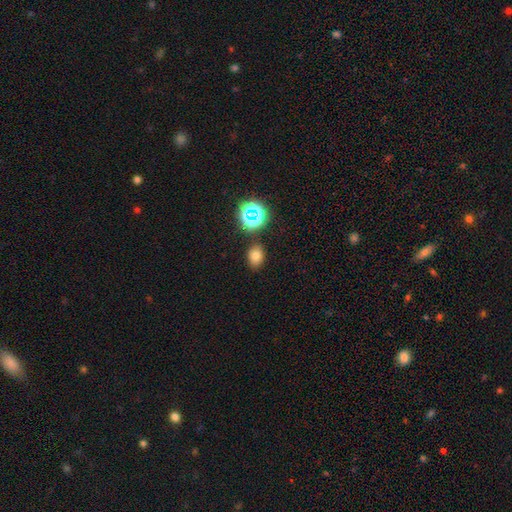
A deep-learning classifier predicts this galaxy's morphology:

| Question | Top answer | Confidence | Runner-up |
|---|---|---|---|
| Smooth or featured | smooth | 73% | star or artifact (20%) |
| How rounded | in between | 64% | round (35%) |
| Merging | none | 82% | minor disturbance (11%) |